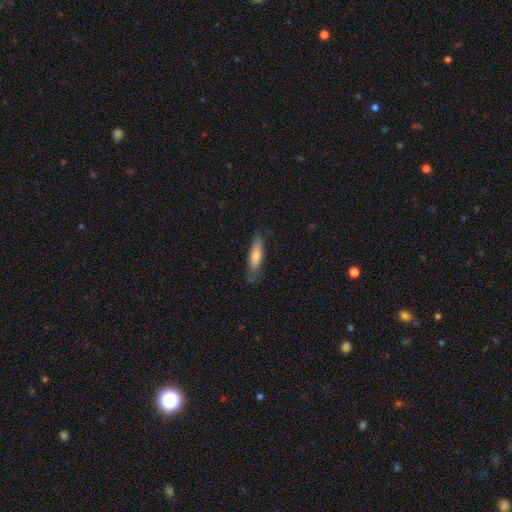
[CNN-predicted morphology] smooth 62%, featured or disk 30%, star or artifact 8%. Down the decision tree: how rounded — cigar-shaped (66%); merging — none (76%).